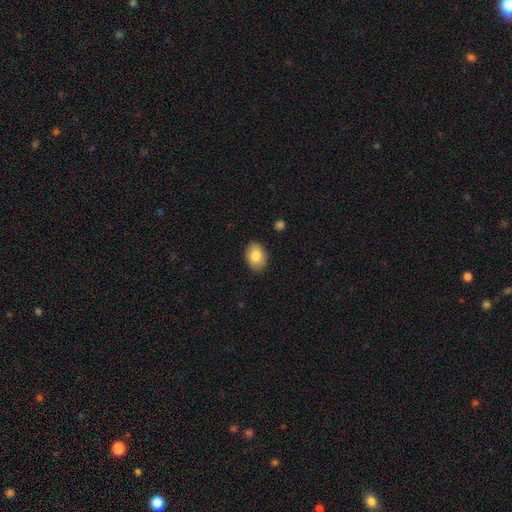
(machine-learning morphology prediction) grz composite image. It shows a smooth galaxy with no disk features (84%) that is in between round and cigar-shaped (79%). Merging: none (87%).